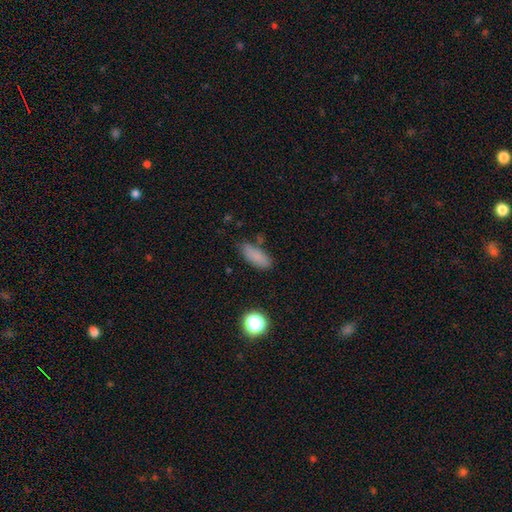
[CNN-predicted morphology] Smooth or featured? smooth (82%)
How rounded? in between (73%)
Merging? none (72%)